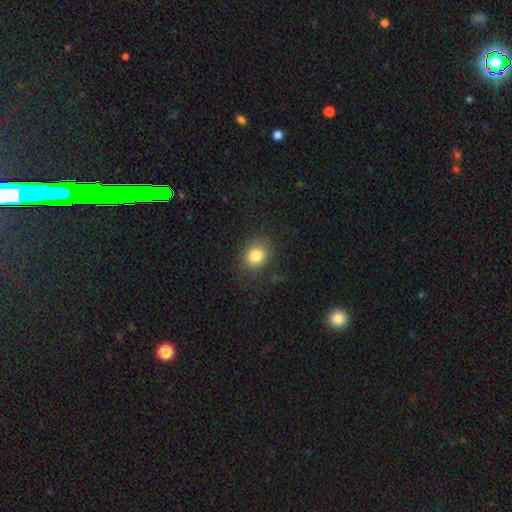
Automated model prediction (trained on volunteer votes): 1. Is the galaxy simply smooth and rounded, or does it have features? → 83% smooth, 10% star or artifact, 7% featured or disk.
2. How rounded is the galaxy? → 59% round, 40% in between, 1% cigar-shaped.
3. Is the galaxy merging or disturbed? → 80% none, 13% minor disturbance, 5% major disturbance, 1% merger.